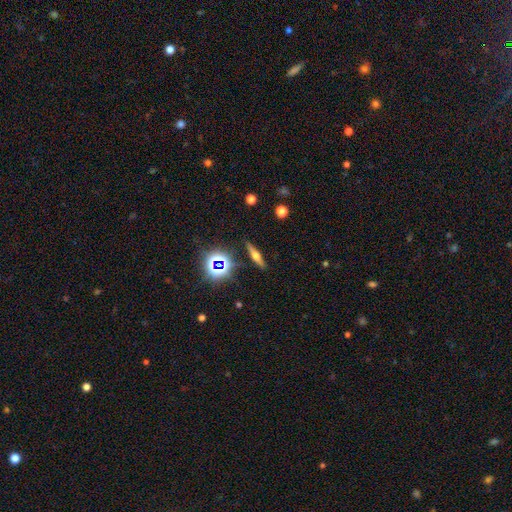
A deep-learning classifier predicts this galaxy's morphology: This appears to be a featured or disk galaxy (50%) viewed edge-on (92%). Merging: none (87%).